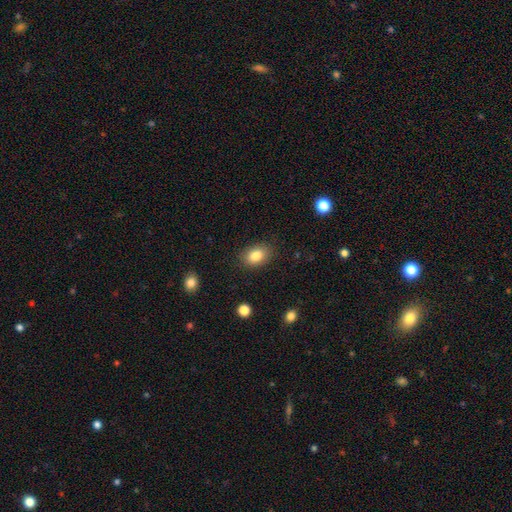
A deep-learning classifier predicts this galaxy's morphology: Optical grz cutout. It shows a smooth galaxy with no disk features (84%) that is in between round and cigar-shaped (79%). Merging: none (86%).